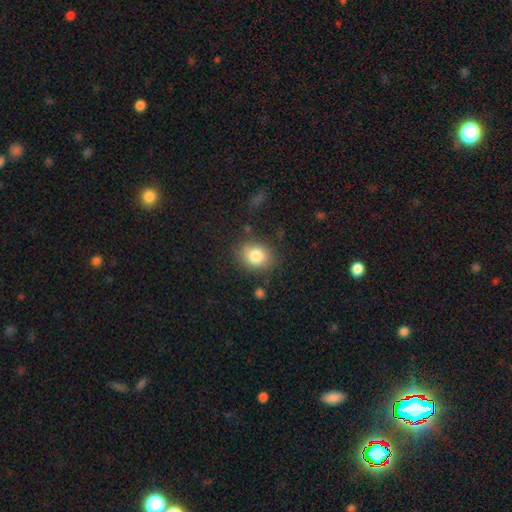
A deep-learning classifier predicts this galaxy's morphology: The model was most divided on "how rounded": round: 53%, in between: 46%, cigar-shaped: 1%. More confident: smooth or featured — smooth (82%); merging — none (79%).